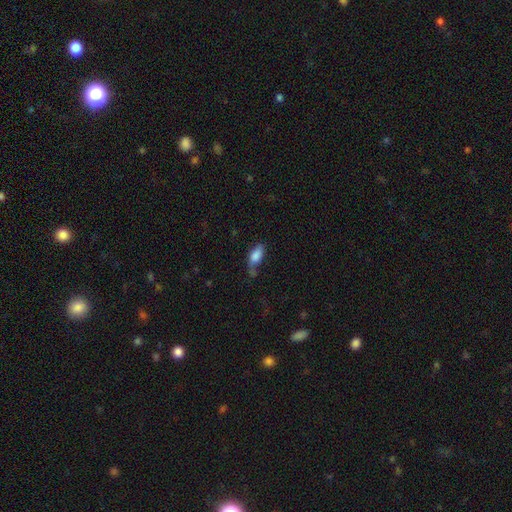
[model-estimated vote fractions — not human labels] Morphology: type=smooth (80%); roundness=in between (84%); merging=none (42%).